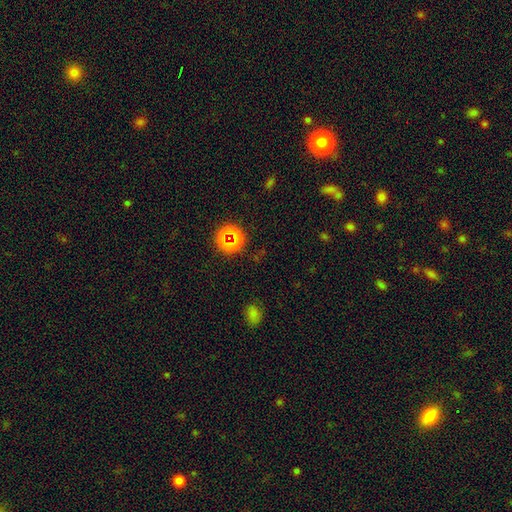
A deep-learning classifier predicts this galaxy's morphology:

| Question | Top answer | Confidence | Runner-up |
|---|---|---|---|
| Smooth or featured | star or artifact | 62% | smooth (27%) |